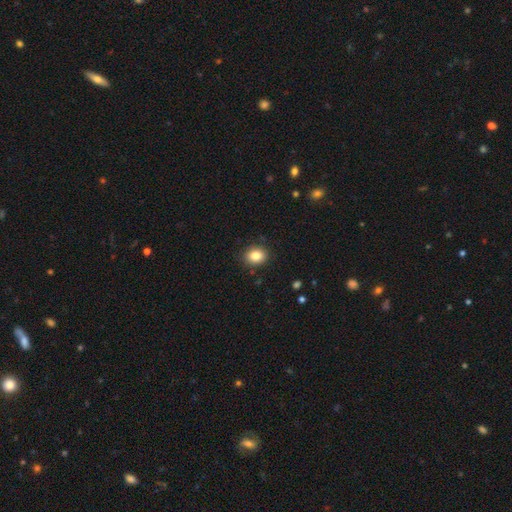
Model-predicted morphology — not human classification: Smooth or featured? smooth (84%)
How rounded? round (55%)
Merging? none (88%)